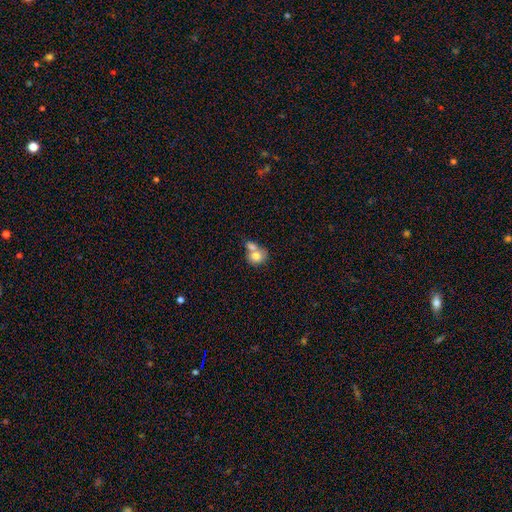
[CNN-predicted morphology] Smooth or featured? Predicted: smooth (p=0.76). How rounded? Predicted: round (p=0.61). Merging? Predicted: merger (p=0.62).